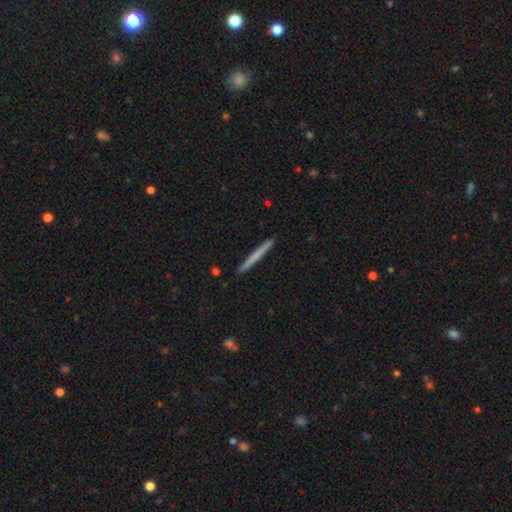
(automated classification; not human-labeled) smooth_or_featured: smooth (p=0.61) [alt: featured or disk p=0.34]
how_rounded: cigar-shaped (p=0.97) [alt: in between p=0.01]
merging: none (p=0.93) [alt: minor disturbance p=0.05]